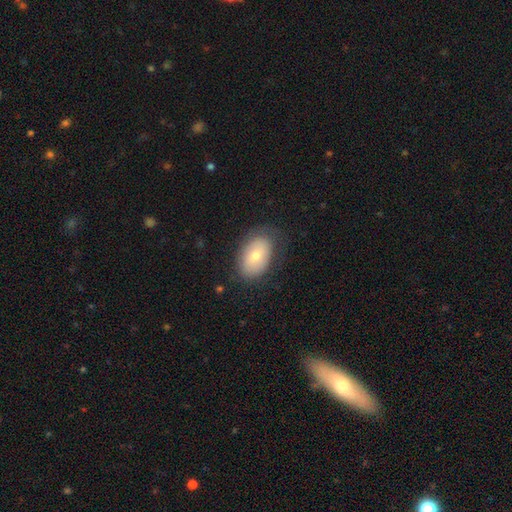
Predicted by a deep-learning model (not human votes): Smooth or featured: smooth — 70% (featured or disk — 23%)
How rounded: in between — 89% (round — 10%)
Merging: none — 71% (minor disturbance — 21%)